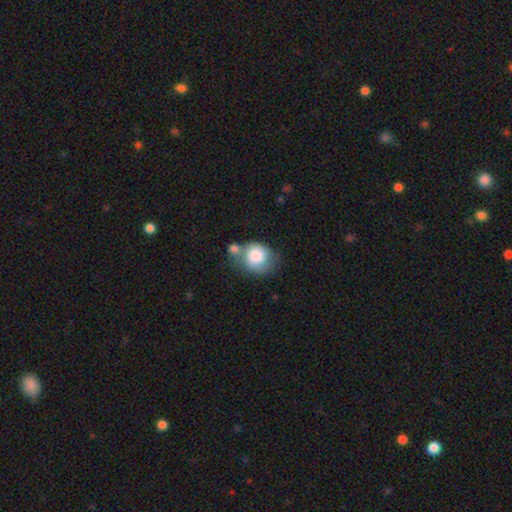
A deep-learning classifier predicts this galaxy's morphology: Smooth or featured? smooth (75%)
How rounded? round (72%)
Merging? none (35%)